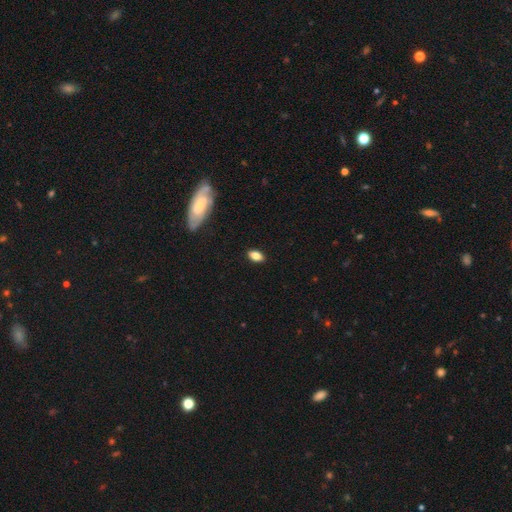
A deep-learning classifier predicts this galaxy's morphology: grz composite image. It shows a smooth galaxy with no disk features (80%) that is in between round and cigar-shaped (89%). Merging: none (87%).